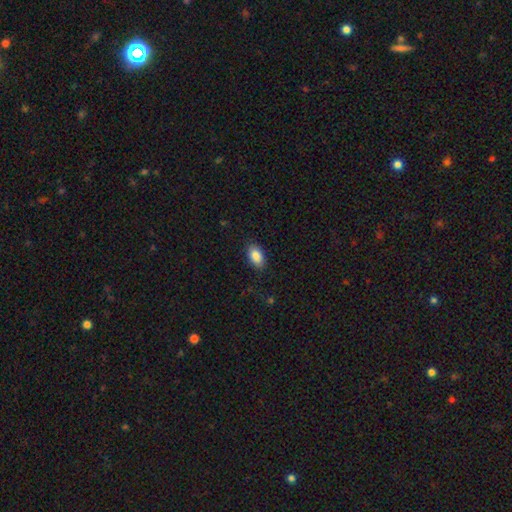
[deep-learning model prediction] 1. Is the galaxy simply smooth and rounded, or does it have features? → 87% smooth, 7% star or artifact, 6% featured or disk.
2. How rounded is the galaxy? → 93% in between, 5% round, 2% cigar-shaped.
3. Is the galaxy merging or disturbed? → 86% none, 10% minor disturbance, 3% major disturbance, 1% merger.